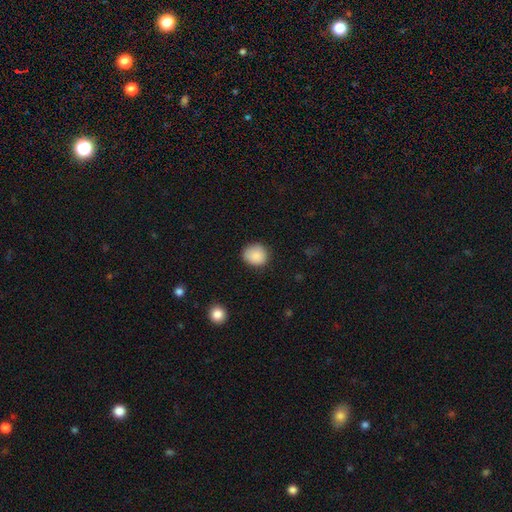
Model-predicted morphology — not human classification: This is clearly a smooth galaxy (88%). How rounded: clearly round (81%). Merging: clearly none (83%).